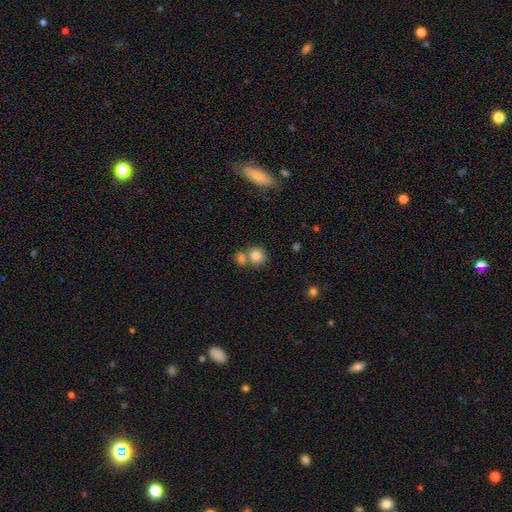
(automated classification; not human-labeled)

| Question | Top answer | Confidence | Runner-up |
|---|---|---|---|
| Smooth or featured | smooth | 81% | star or artifact (10%) |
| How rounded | round | 84% | in between (15%) |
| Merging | none | 48% | merger (41%) |